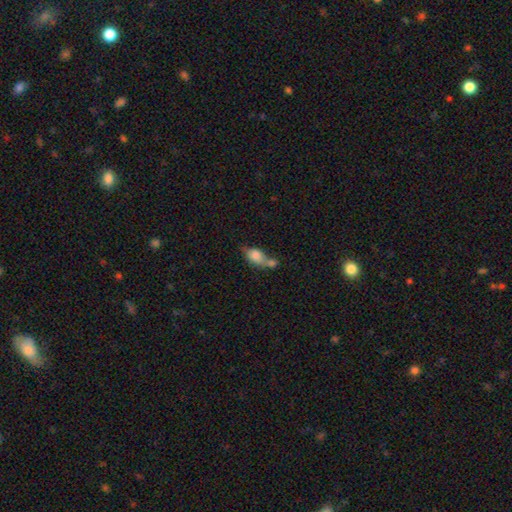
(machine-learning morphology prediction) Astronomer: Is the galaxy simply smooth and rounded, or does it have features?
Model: smooth — 75%.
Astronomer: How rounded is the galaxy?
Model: in between — 79%.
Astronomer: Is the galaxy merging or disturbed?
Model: merger — 54%.